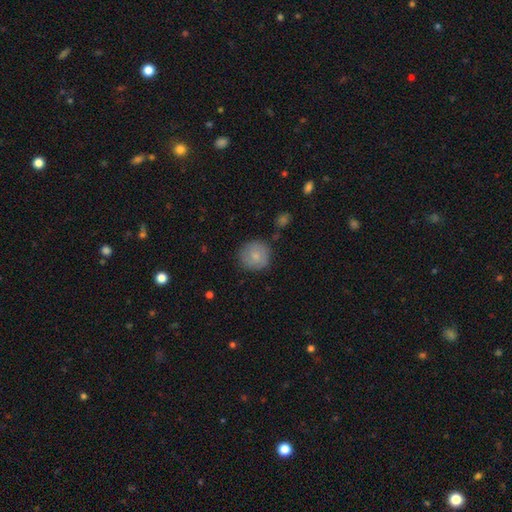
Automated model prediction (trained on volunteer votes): This appears to be a smooth galaxy with no disk features (79%) that is round (92%). Merging: none (82%).